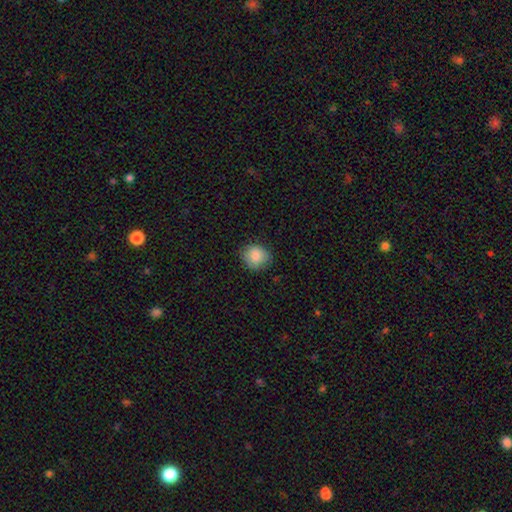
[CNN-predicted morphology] This is clearly a smooth galaxy (87%). How rounded: likely round (76%). Merging: clearly none (81%).